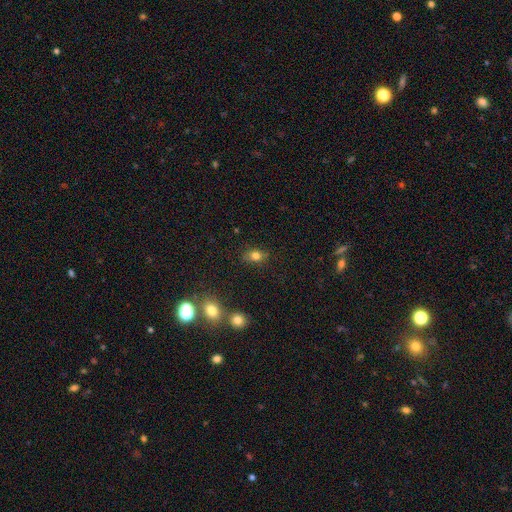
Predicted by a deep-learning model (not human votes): smooth_or_featured: smooth (p=0.78) [alt: star or artifact p=0.13]
how_rounded: in between (p=0.68) [alt: round p=0.29]
merging: none (p=0.77) [alt: minor disturbance p=0.15]